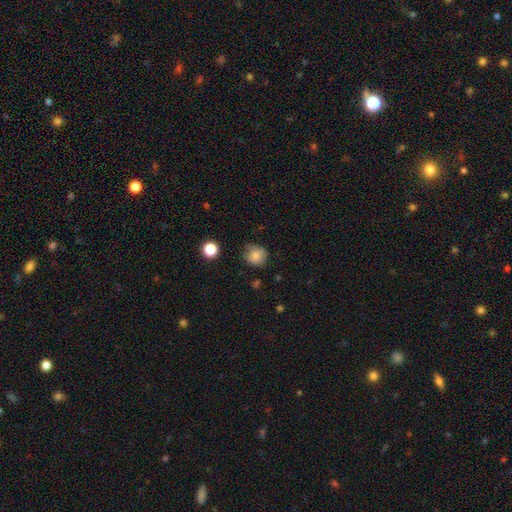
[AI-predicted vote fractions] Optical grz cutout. It shows a smooth galaxy with no disk features (82%) that is round (81%). Merging: none (66%).